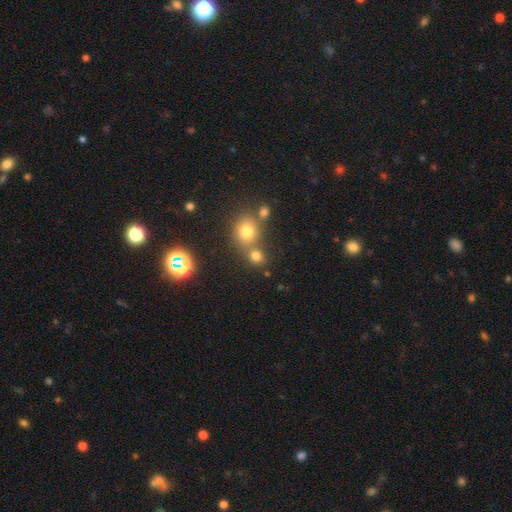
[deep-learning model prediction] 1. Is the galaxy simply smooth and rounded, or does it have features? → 74% smooth, 18% star or artifact, 8% featured or disk.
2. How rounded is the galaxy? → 78% round, 21% in between, 1% cigar-shaped.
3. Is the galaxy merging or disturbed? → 59% none, 30% merger, 8% minor disturbance, 4% major disturbance.